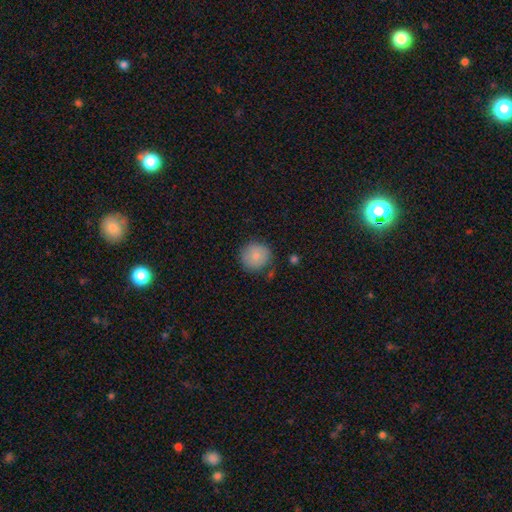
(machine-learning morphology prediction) smooth-or-featured: smooth: 83% | featured or disk: 9% | star or artifact: 7%
  how-rounded: round: 92% | in between: 7% | cigar-shaped: 1%
  merging: none: 79% | minor disturbance: 14% | major disturbance: 3% | merger: 3%